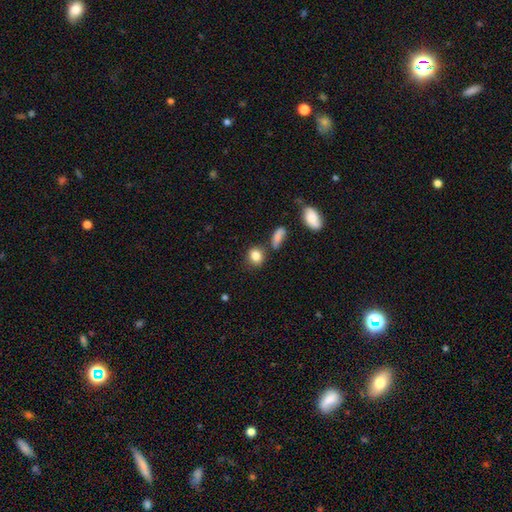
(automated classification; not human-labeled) This appears to be a smooth galaxy with no disk features (84%) that is round (71%). Merging: none (75%).